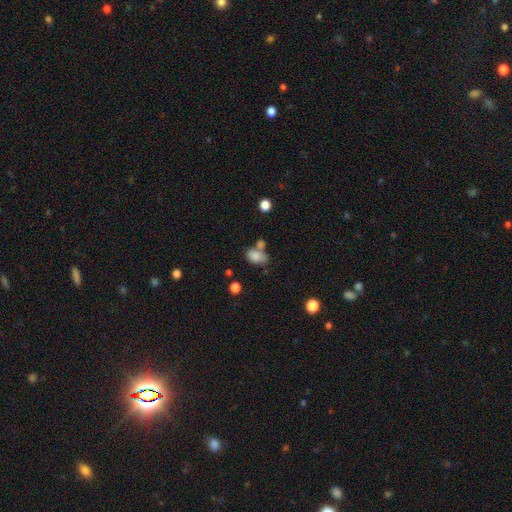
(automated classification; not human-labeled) smooth-or-featured: smooth: 80% | featured or disk: 10% | star or artifact: 10%
  how-rounded: in between: 83% | round: 16% | cigar-shaped: 2%
  merging: none: 41% | merger: 33% | minor disturbance: 19% | major disturbance: 8%